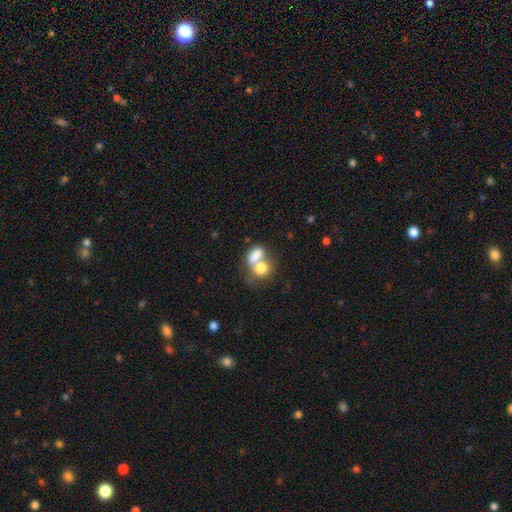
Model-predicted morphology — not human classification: smooth-or-featured: smooth: 75% | featured or disk: 16% | star or artifact: 9%
  how-rounded: in between: 66% | round: 32% | cigar-shaped: 2%
  merging: merger: 67% | none: 21% | minor disturbance: 7% | major disturbance: 6%